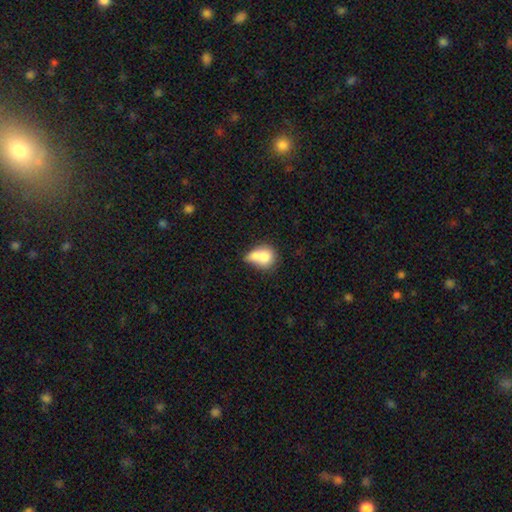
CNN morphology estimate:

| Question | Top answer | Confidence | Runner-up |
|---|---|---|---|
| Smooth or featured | smooth | 73% | featured or disk (18%) |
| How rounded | round | 55% | in between (43%) |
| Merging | merger | 62% | none (23%) |